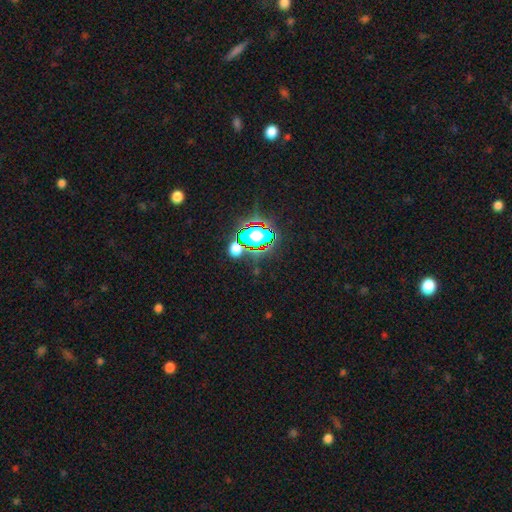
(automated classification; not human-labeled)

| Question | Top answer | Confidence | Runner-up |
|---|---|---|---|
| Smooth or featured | star or artifact | 81% | smooth (12%) |